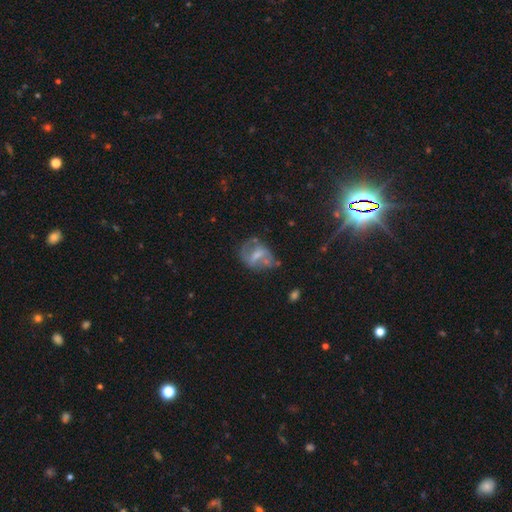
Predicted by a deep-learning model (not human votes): This is possibly a featured or disk galaxy (55%). It is clearly not viewed edge-on (95%). Bar: marginally weak (45%). Spiral arm pattern: possibly yes (60%). Central bulge: marginally small (33%, tied with moderate). Merging: possibly none (51%).